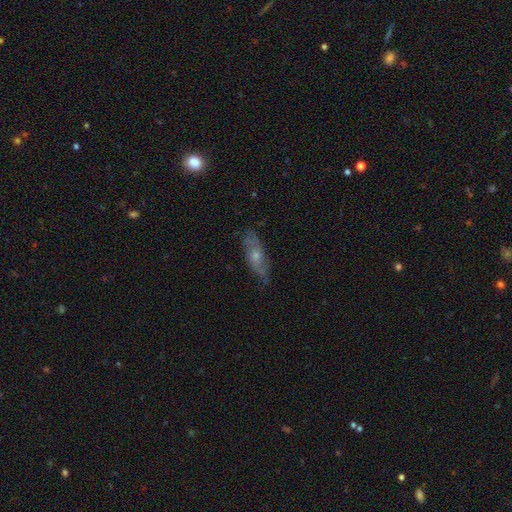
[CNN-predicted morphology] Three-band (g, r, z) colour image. It shows a featured or disk galaxy (59%). Merging: none (75%).